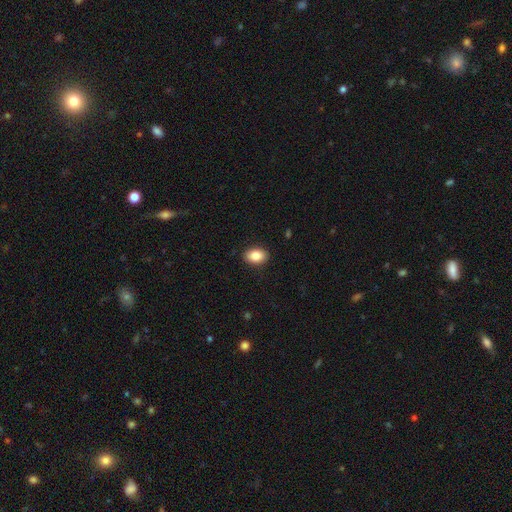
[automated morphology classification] smooth_or_featured: smooth (p=0.87) [alt: star or artifact p=0.08]
how_rounded: in between (p=0.83) [alt: round p=0.15]
merging: none (p=0.90) [alt: minor disturbance p=0.07]